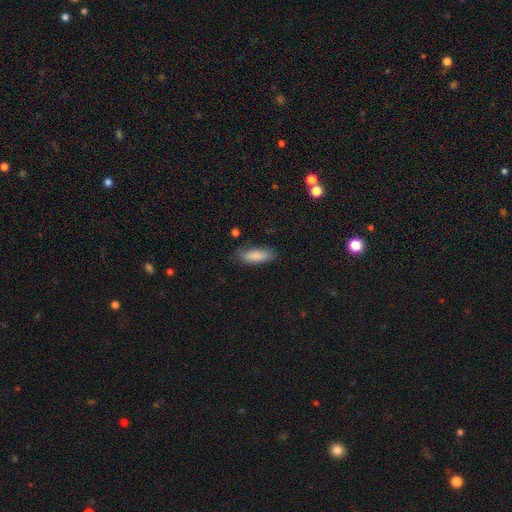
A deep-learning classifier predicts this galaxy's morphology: Smooth or featured? smooth (86%)
How rounded? in between (69%)
Merging? none (74%)